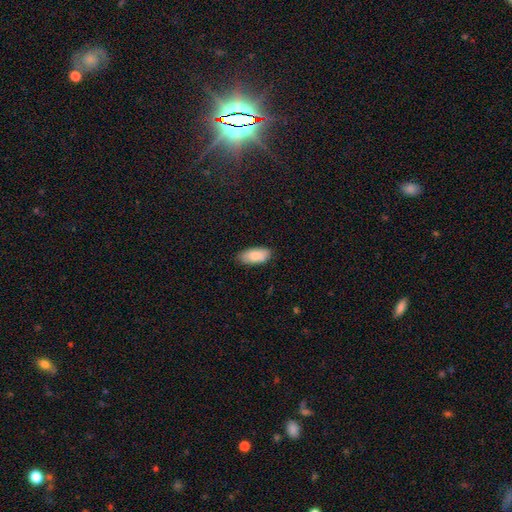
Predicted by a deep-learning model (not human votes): smooth 83%, featured or disk 11%, star or artifact 6%. Down the decision tree: how rounded — in between (91%); merging — none (83%).